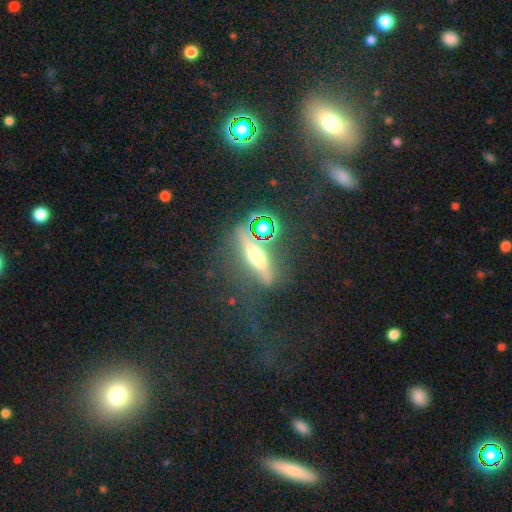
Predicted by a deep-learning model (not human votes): This appears to be a featured or disk galaxy (45%). Merging: none (63%).